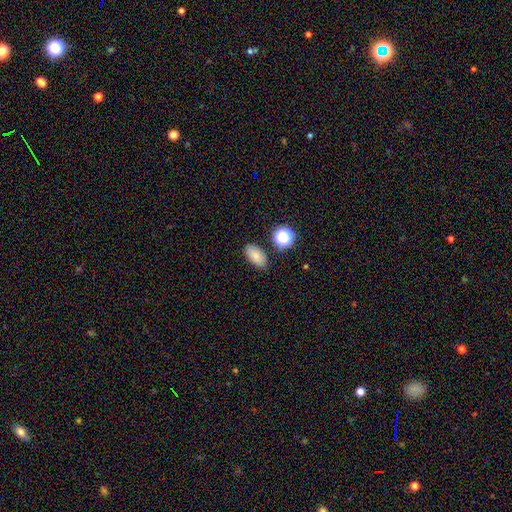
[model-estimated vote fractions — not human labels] Morphology: type=smooth (80%); roundness=in between (89%); merging=none (82%).